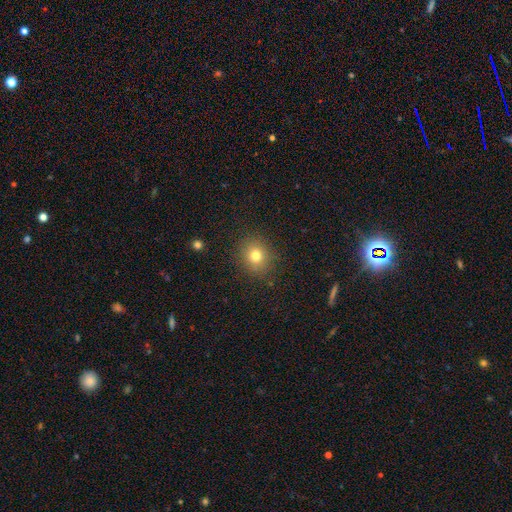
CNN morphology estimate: smooth_or_featured: smooth (p=0.77) [alt: star or artifact p=0.14]
how_rounded: round (p=0.76) [alt: in between p=0.23]
merging: none (p=0.88) [alt: minor disturbance p=0.08]